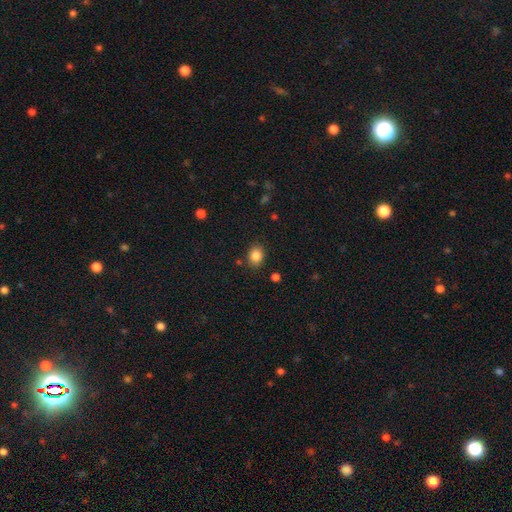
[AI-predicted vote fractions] smooth-or-featured: smooth: 84% | star or artifact: 10% | featured or disk: 6%
  how-rounded: in between: 50% | round: 49% | cigar-shaped: 1%
  merging: none: 83% | minor disturbance: 11% | major disturbance: 3% | merger: 3%